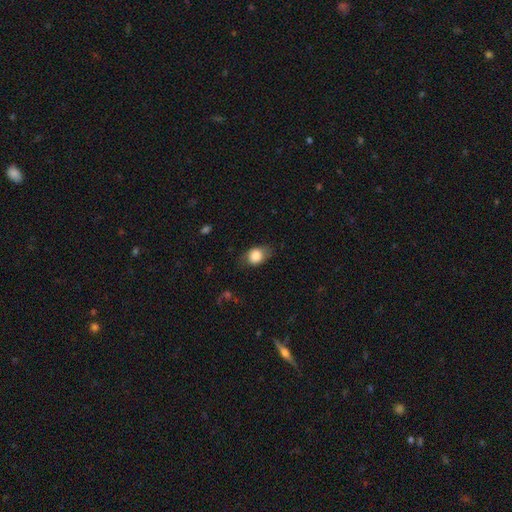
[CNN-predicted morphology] Q: Smooth or featured?
A: smooth (83%); runner-up: featured or disk (10%)
Q: How rounded?
A: in between (65%); runner-up: round (34%)
Q: Merging?
A: none (66%); runner-up: minor disturbance (25%)